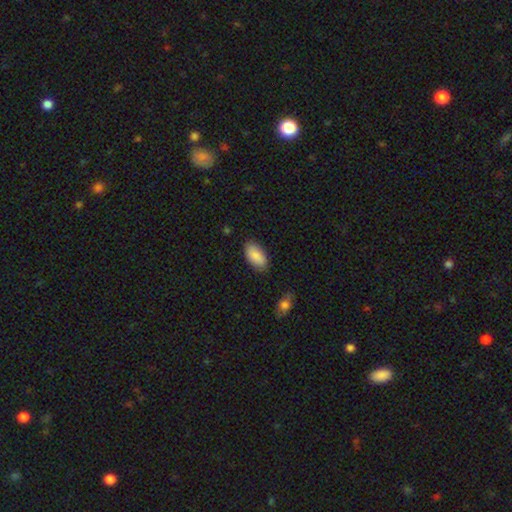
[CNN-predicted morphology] Smooth or featured? Predicted: smooth (p=0.88). How rounded? Predicted: in between (p=0.94). Merging? Predicted: none (p=0.83).